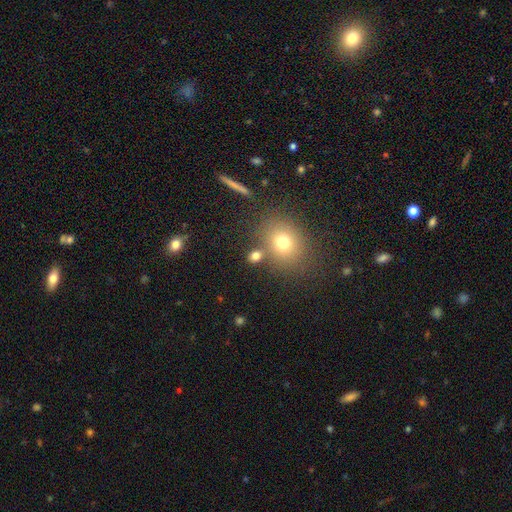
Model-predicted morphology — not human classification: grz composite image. It shows a smooth galaxy with no disk features (75%) that is round (55%). Merging: none (71%).